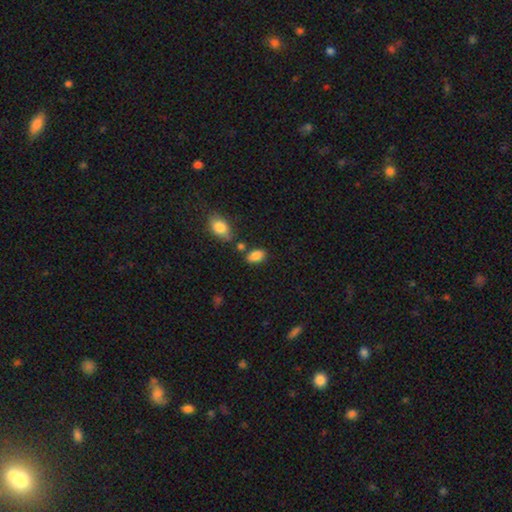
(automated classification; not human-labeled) This appears to be a smooth galaxy with no disk features (87%) that is in between round and cigar-shaped (89%). Merging: none (74%).